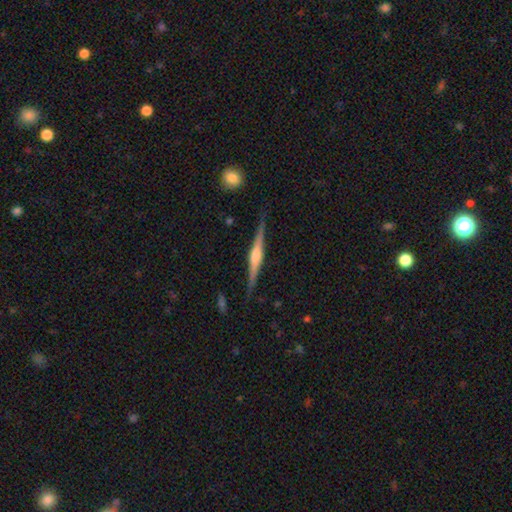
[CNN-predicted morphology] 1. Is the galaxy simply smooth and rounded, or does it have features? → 81% featured or disk, 14% smooth, 5% star or artifact.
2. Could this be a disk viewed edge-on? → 98% yes, 2% no.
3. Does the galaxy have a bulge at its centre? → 76% rounded, 18% boxy, 6% none.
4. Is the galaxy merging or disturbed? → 88% none, 9% minor disturbance, 2% major disturbance, 1% merger.